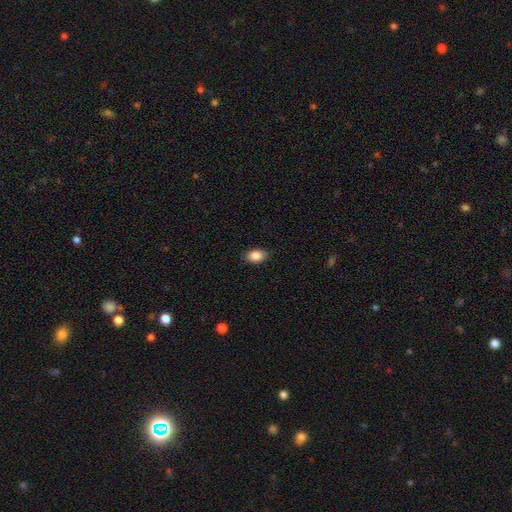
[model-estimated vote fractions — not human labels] smooth-or-featured: smooth: 88% | star or artifact: 7% | featured or disk: 5%
  how-rounded: in between: 92% | round: 6% | cigar-shaped: 2%
  merging: none: 88% | minor disturbance: 9% | major disturbance: 2% | merger: 1%